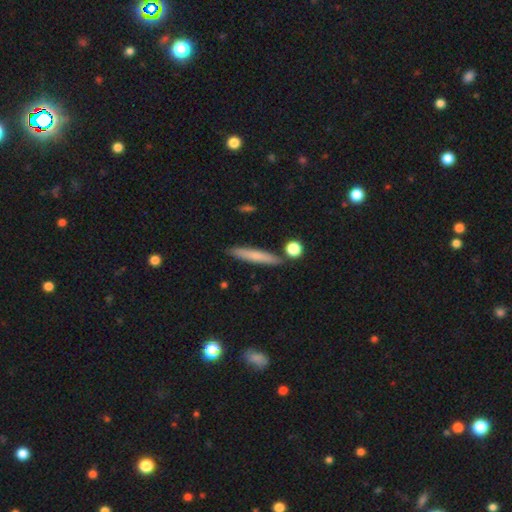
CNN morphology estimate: smooth-or-featured: smooth: 69% | featured or disk: 24% | star or artifact: 7%
  how-rounded: cigar-shaped: 92% | in between: 6% | round: 2%
  merging: none: 86% | minor disturbance: 9% | merger: 4% | major disturbance: 2%